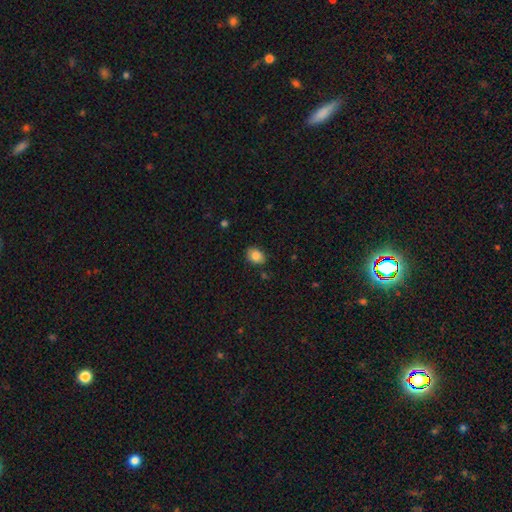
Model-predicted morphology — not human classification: Overall: smooth (85%). How rounded: in between (70%). Merging: none (84%).